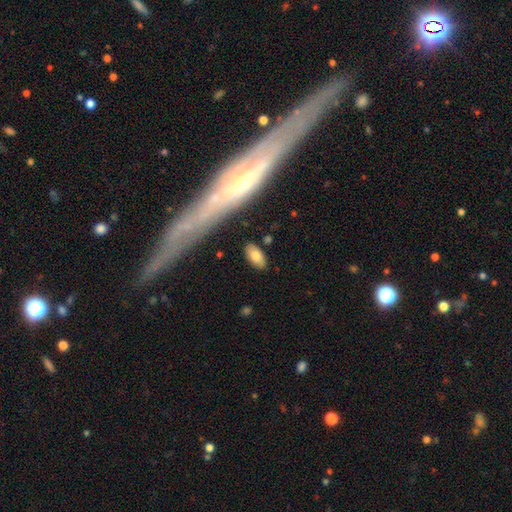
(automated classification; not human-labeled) This is likely a smooth galaxy (80%). How rounded: clearly in between (92%). Merging: clearly none (84%).